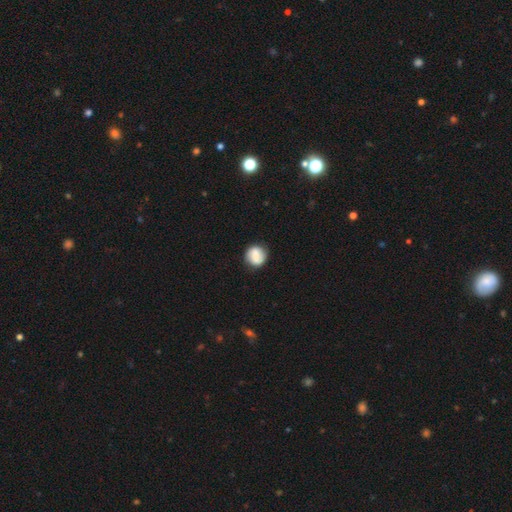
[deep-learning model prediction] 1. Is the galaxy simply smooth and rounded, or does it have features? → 63% smooth, 29% featured or disk, 8% star or artifact.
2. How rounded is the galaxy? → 86% round, 13% in between, 1% cigar-shaped.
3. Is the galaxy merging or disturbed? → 83% none, 12% minor disturbance, 4% major disturbance, 2% merger.